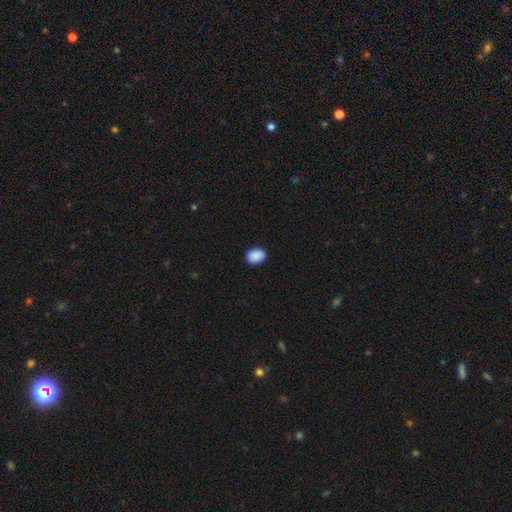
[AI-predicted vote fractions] Smooth or featured? smooth (90%)
How rounded? in between (71%)
Merging? none (90%)